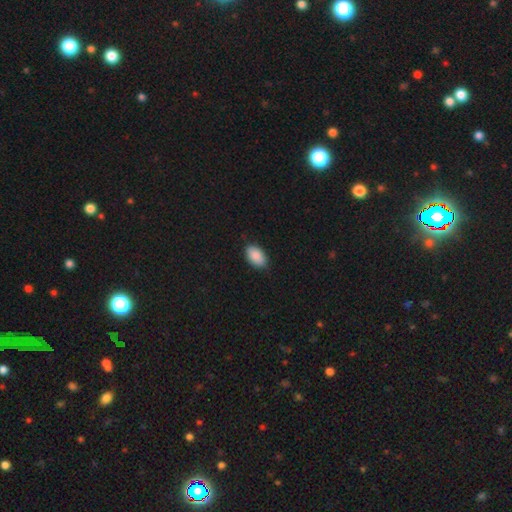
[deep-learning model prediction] This appears to be a smooth galaxy with no disk features (90%) that is in between round and cigar-shaped (94%). Merging: none (86%).